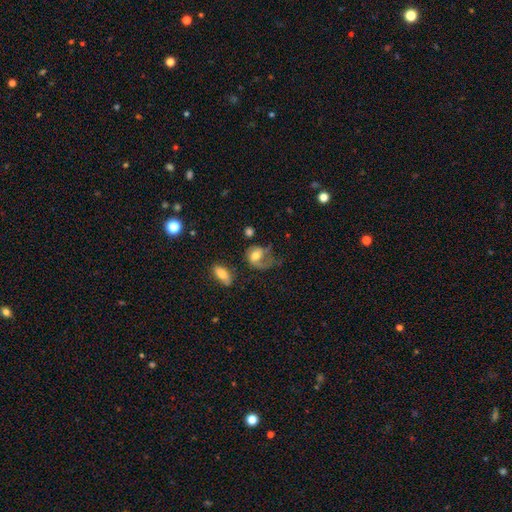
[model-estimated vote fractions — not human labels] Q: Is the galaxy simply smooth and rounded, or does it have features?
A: featured or disk — 51%.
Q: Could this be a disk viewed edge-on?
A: no — 97%.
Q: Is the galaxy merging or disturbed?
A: major disturbance — 47%.